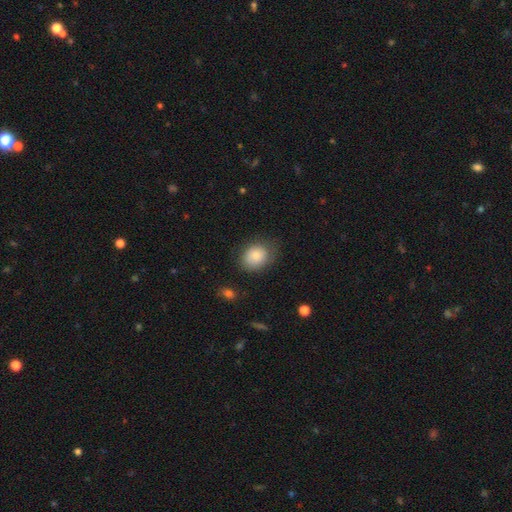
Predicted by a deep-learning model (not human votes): smooth-or-featured: smooth: 83% | featured or disk: 9% | star or artifact: 8%
  how-rounded: in between: 54% | round: 45% | cigar-shaped: 1%
  merging: none: 71% | minor disturbance: 21% | major disturbance: 7% | merger: 2%